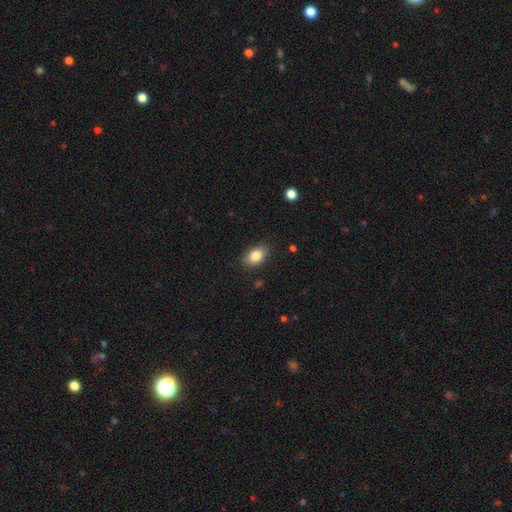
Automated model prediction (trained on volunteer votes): A smooth galaxy with no disk features (84%) that is in between round and cigar-shaped (88%).

Vote fractions:
- Smooth or featured? smooth: 84% / featured or disk: 8% / star or artifact: 8%
- How rounded? in between: 88% / round: 11% / cigar-shaped: 2%
- Merging? none: 85% / minor disturbance: 11% / major disturbance: 2% / merger: 1%